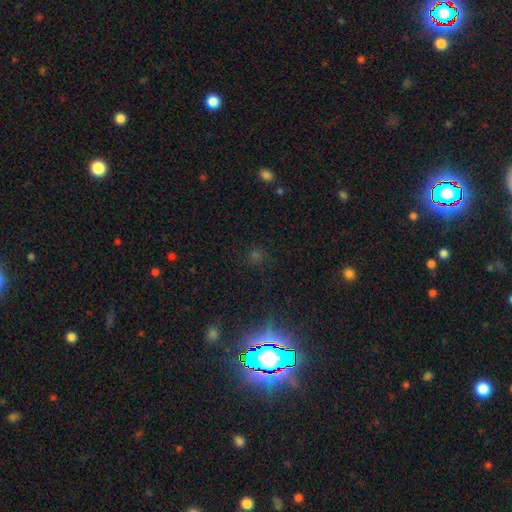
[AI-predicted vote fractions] Smooth or featured: star or artifact — 64% (smooth — 26%)